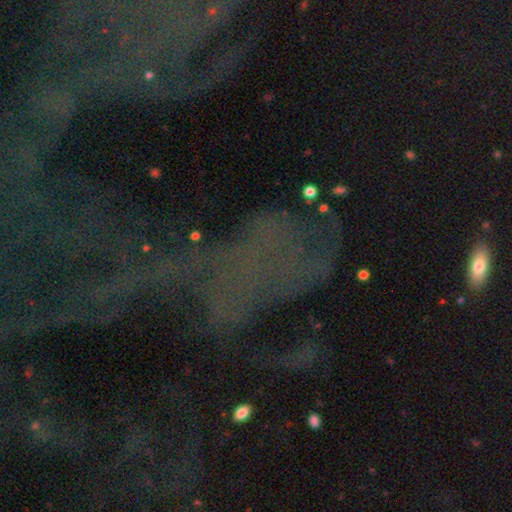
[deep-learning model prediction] A star or artifact, not a galaxy (71%).